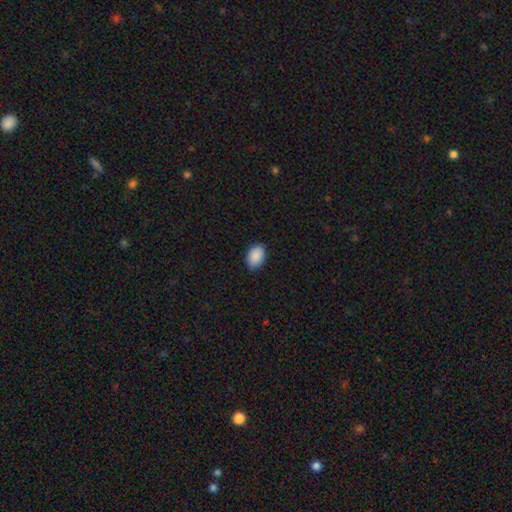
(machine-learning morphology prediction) Overall: smooth (91%). How rounded: in between (86%). Merging: none (87%).